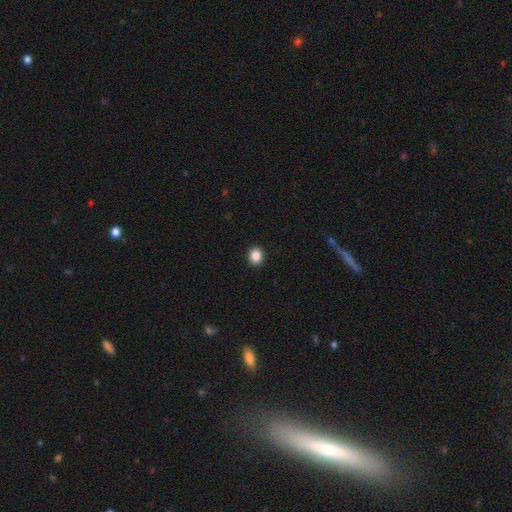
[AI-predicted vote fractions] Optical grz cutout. It shows a smooth galaxy with no disk features (87%) that is round (64%). Merging: none (92%).